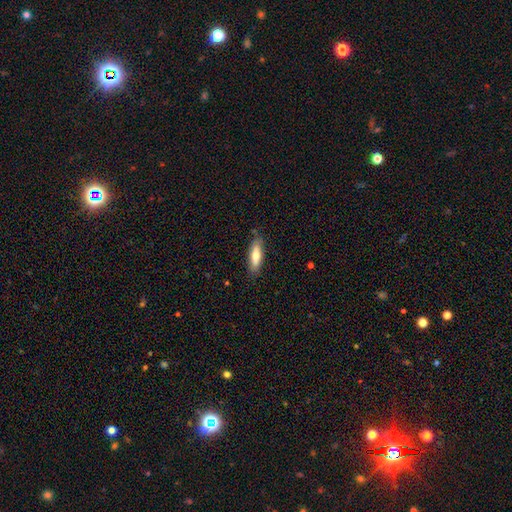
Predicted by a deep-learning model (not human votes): Smooth or featured?
  - smooth: 63% *
  - featured or disk: 31%
  - star or artifact: 6%
How rounded?
  - cigar-shaped: 50% *
  - in between: 48%
  - round: 2%
Merging?
  - none: 83% *
  - minor disturbance: 13%
  - major disturbance: 3%
  - merger: 2%